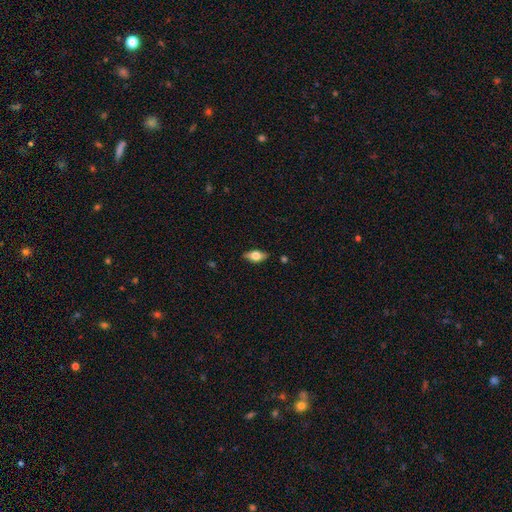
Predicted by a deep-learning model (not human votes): smooth_or_featured: smooth (p=0.55) [alt: featured or disk p=0.38]
how_rounded: in between (p=0.81) [alt: cigar-shaped p=0.14]
merging: none (p=0.84) [alt: minor disturbance p=0.12]